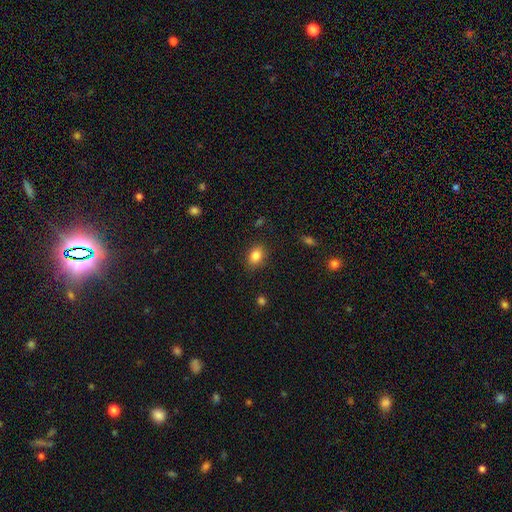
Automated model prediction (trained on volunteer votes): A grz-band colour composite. It shows a smooth galaxy with no disk features (85%) that is in between round and cigar-shaped (70%). Merging: none (85%).